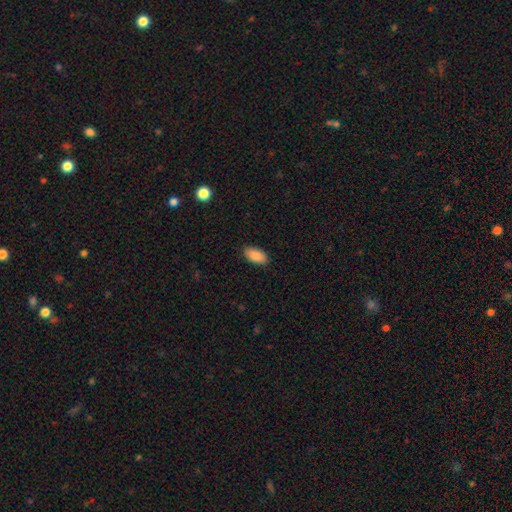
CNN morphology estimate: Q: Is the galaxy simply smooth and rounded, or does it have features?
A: smooth — 90%.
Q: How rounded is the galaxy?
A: in between — 94%.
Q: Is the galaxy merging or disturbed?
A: none — 88%.